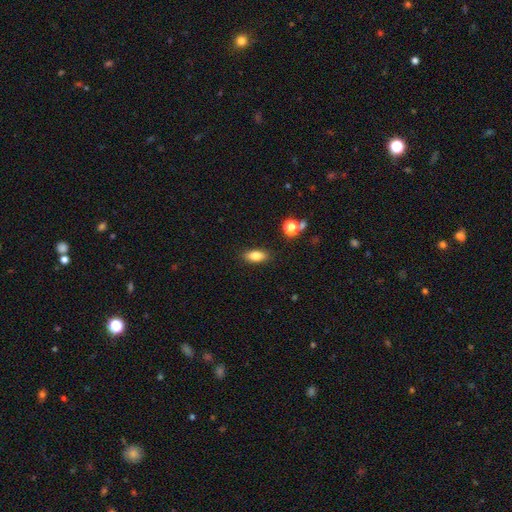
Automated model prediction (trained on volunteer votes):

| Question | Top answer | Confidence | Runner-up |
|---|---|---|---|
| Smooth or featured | smooth | 81% | featured or disk (10%) |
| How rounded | in between | 82% | cigar-shaped (13%) |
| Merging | none | 87% | minor disturbance (9%) |